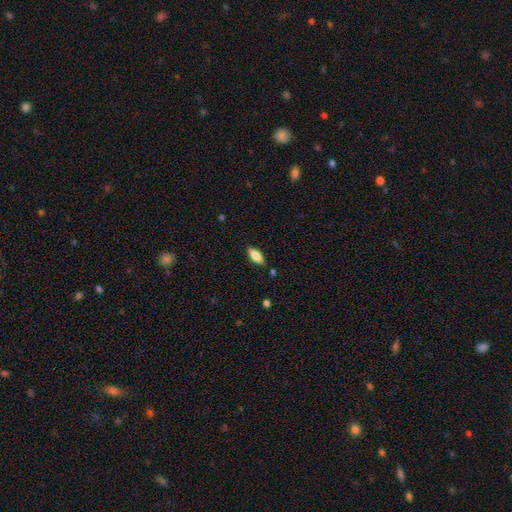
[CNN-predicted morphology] type=smooth (77%); roundness=in between (75%); merging=none (85%).